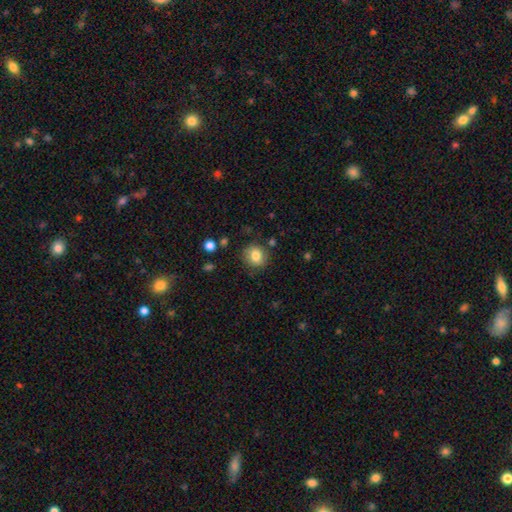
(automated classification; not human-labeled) smooth 81%, star or artifact 10%, featured or disk 9%. Down the decision tree: how rounded — round (84%); merging — none (83%).